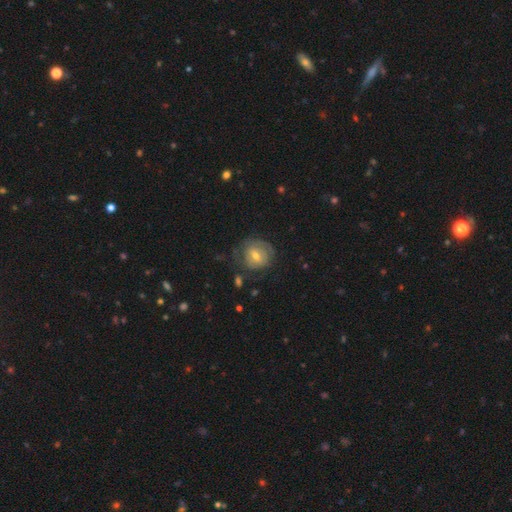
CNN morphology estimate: A featured or disk galaxy (60%) with a weak bar (50%), spiral arms (73%) and a moderate central bulge (53%).

Vote fractions:
- Smooth or featured? featured or disk: 60% / smooth: 33% / star or artifact: 7%
- Edge-on disk? no: 97% / yes: 3%
- Bar? weak: 50% / no: 36% / strong: 14%
- Spiral arms? yes: 73% / no: 27%
- Bulge size? moderate: 53% / small: 42% / large: 3% / none: 1% / dominant: 1%
- Merging? none: 61% / minor disturbance: 22% / major disturbance: 15% / merger: 3%